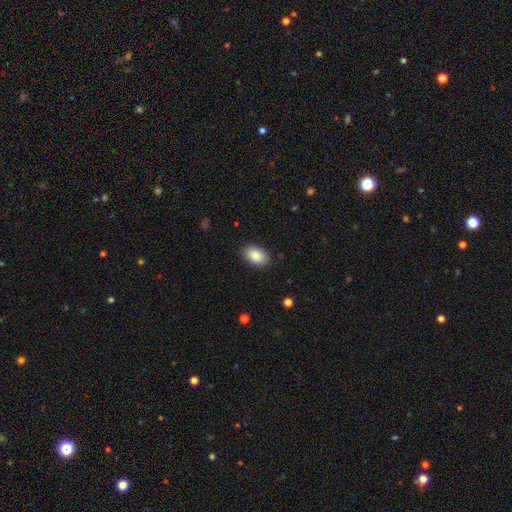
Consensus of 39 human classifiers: This is clearly a smooth galaxy (97%). How rounded: clearly in between (82%). Merging: clearly none (97%).